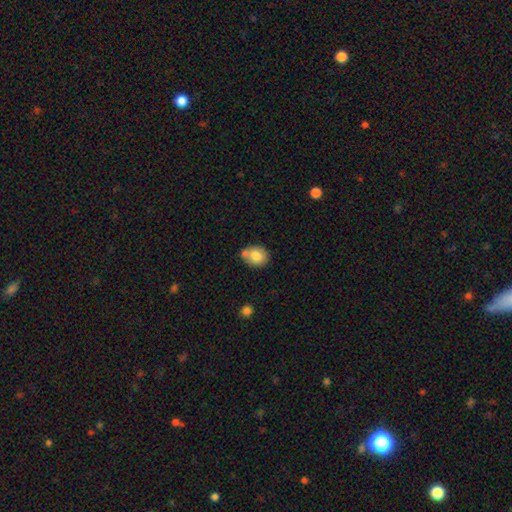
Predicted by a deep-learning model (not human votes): Smooth or featured: smooth — 79% (featured or disk — 12%)
How rounded: round — 55% (in between — 44%)
Merging: none — 61% (merger — 19%)